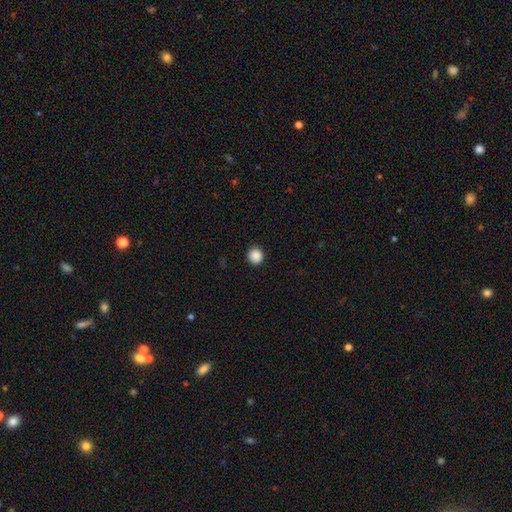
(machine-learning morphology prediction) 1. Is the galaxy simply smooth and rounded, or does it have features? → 89% smooth, 9% star or artifact, 2% featured or disk.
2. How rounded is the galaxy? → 90% round, 9% in between, 1% cigar-shaped.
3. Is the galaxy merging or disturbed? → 92% none, 5% minor disturbance, 2% major disturbance, 1% merger.